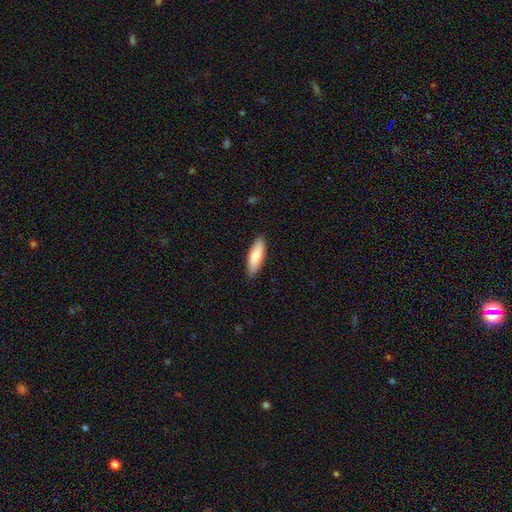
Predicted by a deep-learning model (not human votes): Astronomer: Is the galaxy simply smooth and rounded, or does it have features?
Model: smooth — 82%.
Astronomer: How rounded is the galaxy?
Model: in between — 53% (runner-up: cigar-shaped, 45%).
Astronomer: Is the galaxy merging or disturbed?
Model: none — 86%.